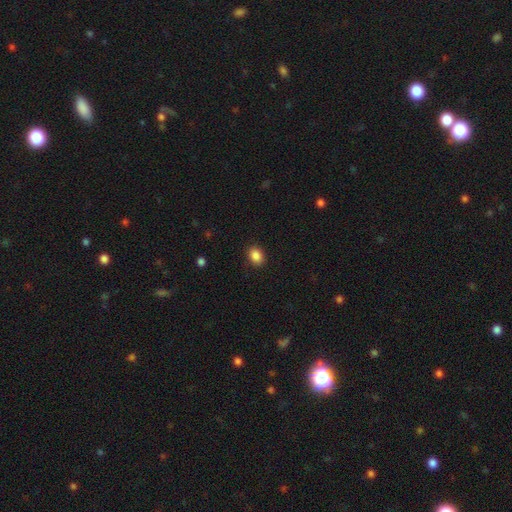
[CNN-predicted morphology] smooth_or_featured: smooth (p=0.87) [alt: star or artifact p=0.09]
how_rounded: in between (p=0.62) [alt: round p=0.38]
merging: none (p=0.89) [alt: minor disturbance p=0.08]